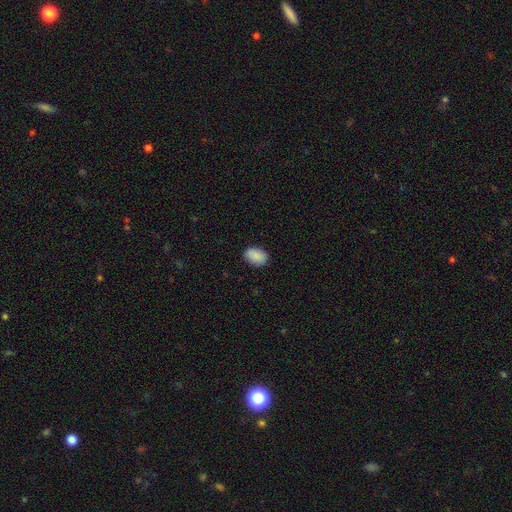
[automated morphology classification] Smooth or featured: smooth — 89% (star or artifact — 7%)
How rounded: in between — 79% (round — 20%)
Merging: none — 86% (minor disturbance — 11%)